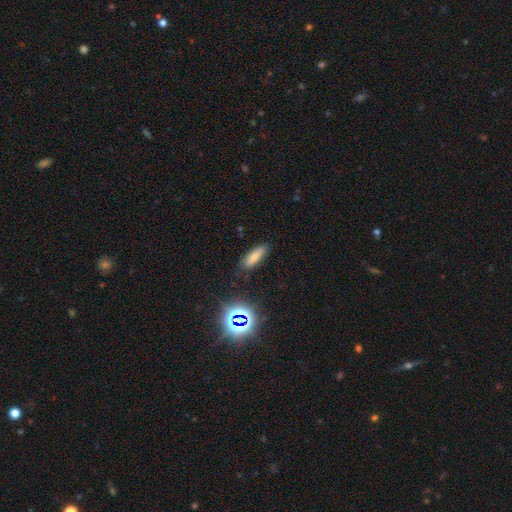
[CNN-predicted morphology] smooth 68%, star or artifact 18%, featured or disk 14%. Down the decision tree: how rounded — in between (51%); merging — none (84%).